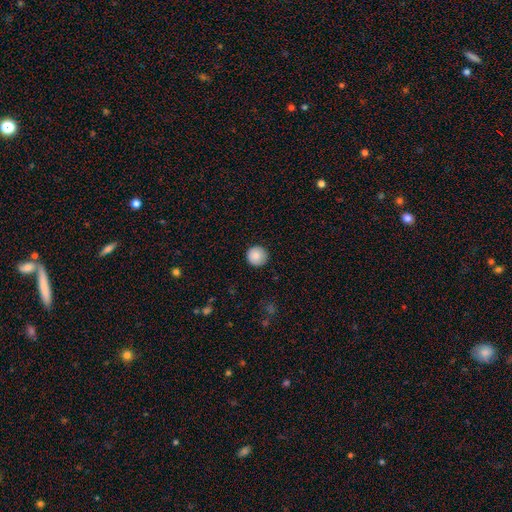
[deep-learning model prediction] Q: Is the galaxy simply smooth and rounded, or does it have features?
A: smooth — 88%.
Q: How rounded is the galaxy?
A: round — 96%.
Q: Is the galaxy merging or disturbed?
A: none — 92%.